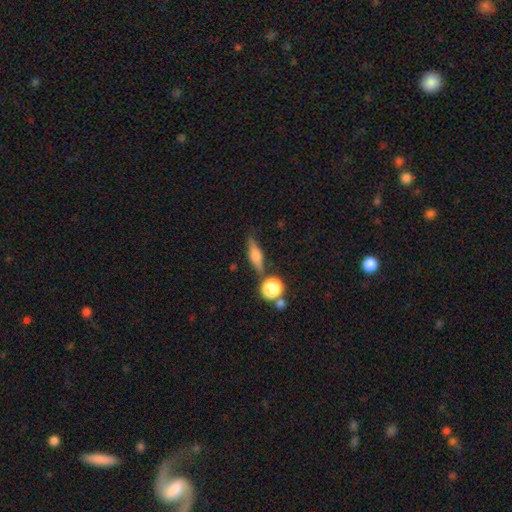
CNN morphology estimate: A smooth galaxy with no disk features (46%).

Vote fractions:
- Smooth or featured? smooth: 46% / featured or disk: 44% / star or artifact: 10%
- Merging? none: 75% / minor disturbance: 14% / merger: 7% / major disturbance: 4%